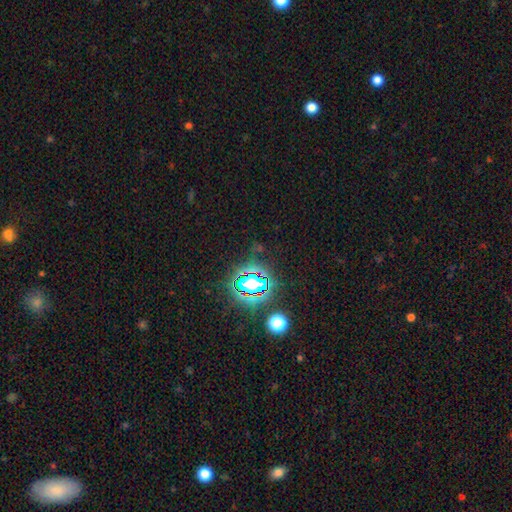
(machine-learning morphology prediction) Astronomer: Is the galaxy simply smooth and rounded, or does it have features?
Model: star or artifact — 79%.